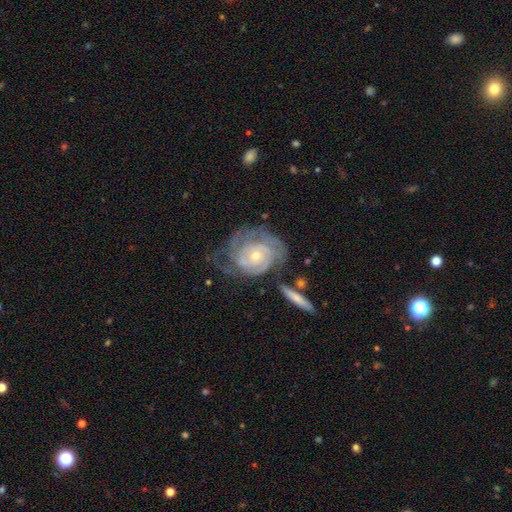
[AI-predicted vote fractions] Smooth or featured? featured or disk (83%)
Edge-on disk? no (96%)
Bar? no (75%)
Spiral arms? yes (92%)
Spiral winding? tight (71%)
Spiral arm count? can't tell (39%)
Bulge size? small (62%)
Merging? none (52%)